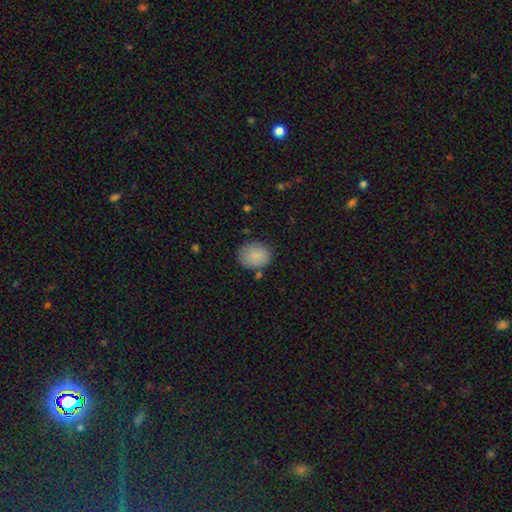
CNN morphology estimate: smooth_or_featured: smooth (p=0.87) [alt: star or artifact p=0.07]
how_rounded: round (p=0.60) [alt: in between p=0.39]
merging: none (p=0.77) [alt: minor disturbance p=0.15]